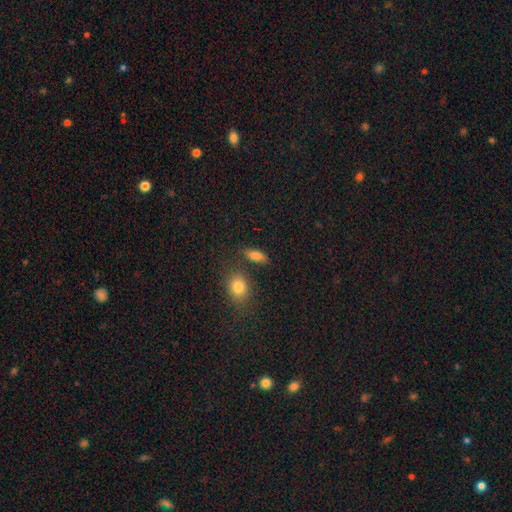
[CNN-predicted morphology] Smooth or featured? Predicted: smooth (p=0.80). How rounded? Predicted: in between (p=0.75). Merging? Predicted: none (p=0.76).